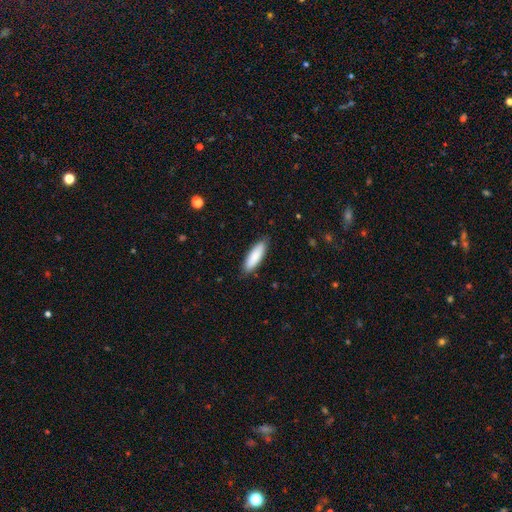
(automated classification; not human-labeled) Smooth or featured?
  - smooth: 87% *
  - featured or disk: 8%
  - star or artifact: 5%
How rounded?
  - cigar-shaped: 51% *
  - in between: 47%
  - round: 1%
Merging?
  - none: 87% *
  - minor disturbance: 10%
  - major disturbance: 2%
  - merger: 1%